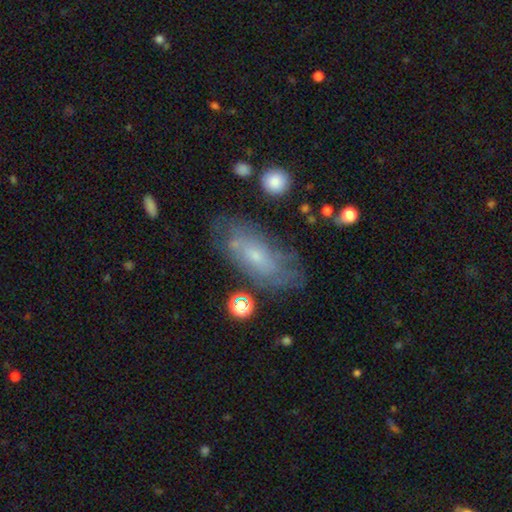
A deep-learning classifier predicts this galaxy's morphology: Smooth or featured: featured or disk — 57% (smooth — 35%)
Edge-on disk: no — 87% (yes — 13%)
Merging: none — 67% (minor disturbance — 21%)